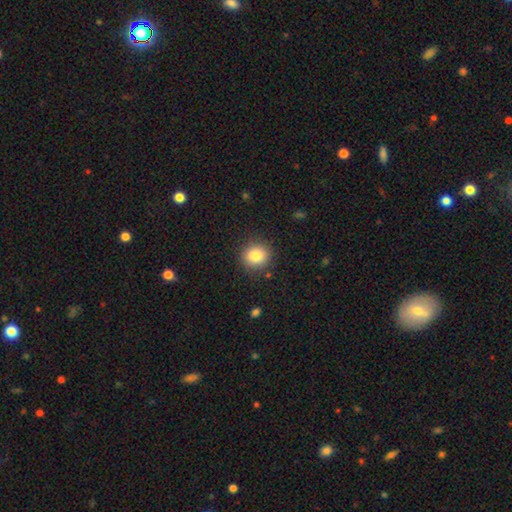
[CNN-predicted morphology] A smooth galaxy with no disk features (82%) that is round (83%). Merging: none (89%).